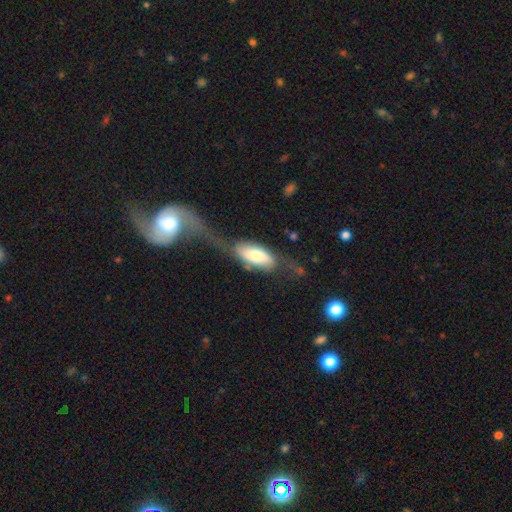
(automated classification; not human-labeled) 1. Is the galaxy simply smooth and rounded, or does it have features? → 59% smooth, 35% featured or disk, 6% star or artifact.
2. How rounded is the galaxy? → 86% in between, 12% cigar-shaped, 3% round.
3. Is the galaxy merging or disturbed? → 34% major disturbance, 30% none, 21% minor disturbance, 15% merger.